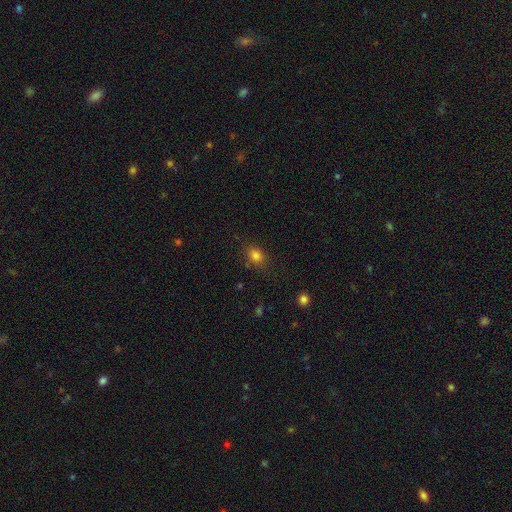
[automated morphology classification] Smooth or featured: smooth — 80% (star or artifact — 14%)
How rounded: in between — 52% (round — 47%)
Merging: none — 79% (minor disturbance — 14%)